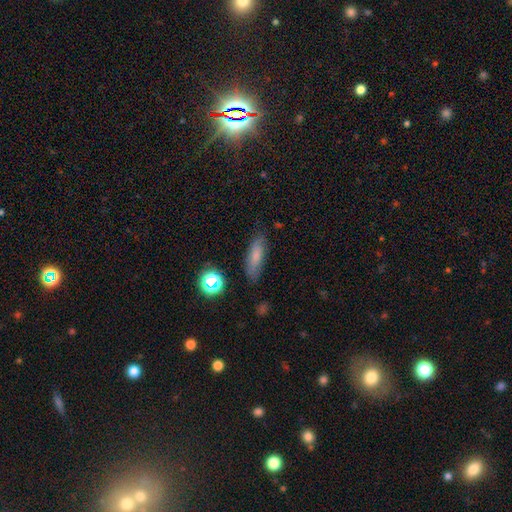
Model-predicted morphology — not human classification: The model was most divided on "how rounded": in between: 50%, cigar-shaped: 46%, round: 5%. More confident: merging — none (76%); smooth or featured — smooth (72%).